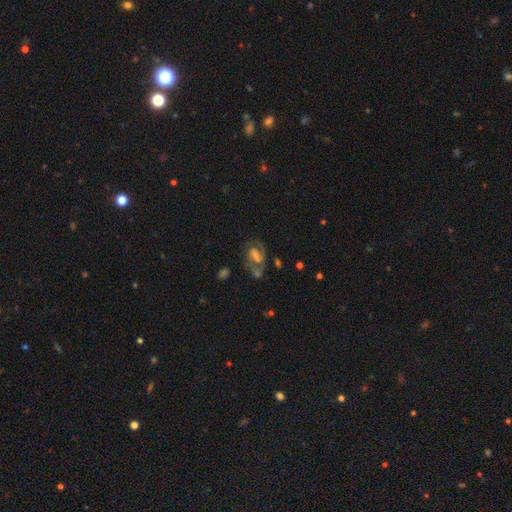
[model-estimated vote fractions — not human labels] A featured or disk galaxy (60%) with a weak bar (41%), spiral arms (70%) and a moderate central bulge (31%). Merging: none (53%).